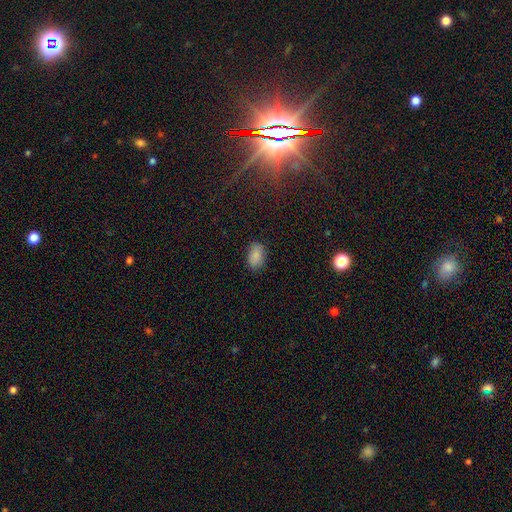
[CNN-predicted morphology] Smooth or featured?
  - smooth: 87% *
  - star or artifact: 9%
  - featured or disk: 4%
How rounded?
  - in between: 90% *
  - round: 8%
  - cigar-shaped: 1%
Merging?
  - none: 84% *
  - minor disturbance: 12%
  - major disturbance: 3%
  - merger: 1%